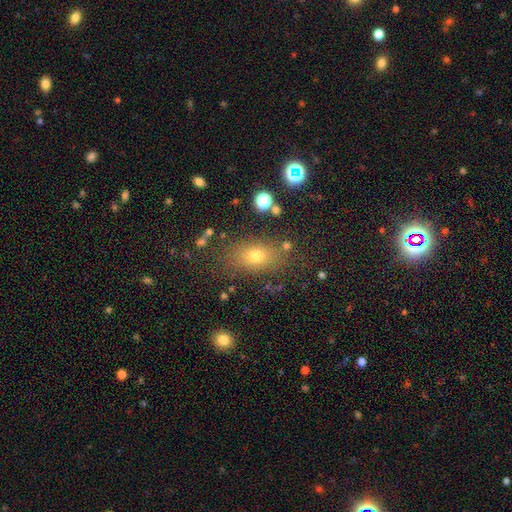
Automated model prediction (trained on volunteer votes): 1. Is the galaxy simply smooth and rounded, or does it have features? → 71% smooth, 17% star or artifact, 12% featured or disk.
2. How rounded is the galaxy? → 75% in between, 21% round, 4% cigar-shaped.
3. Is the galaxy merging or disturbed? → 78% none, 12% minor disturbance, 5% major disturbance, 4% merger.